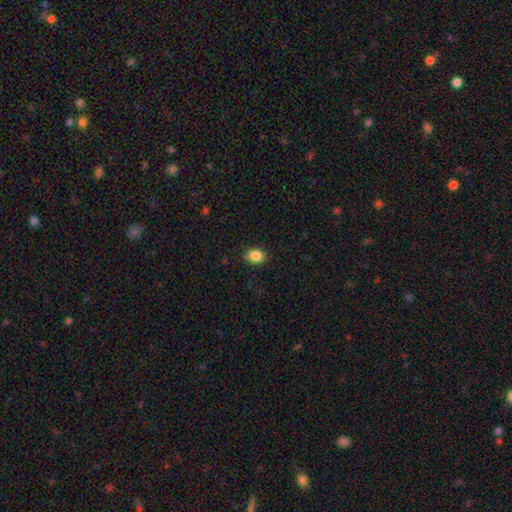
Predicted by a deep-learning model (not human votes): smooth_or_featured: smooth (p=0.86) [alt: star or artifact p=0.09]
how_rounded: in between (p=0.63) [alt: round p=0.36]
merging: none (p=0.86) [alt: minor disturbance p=0.11]